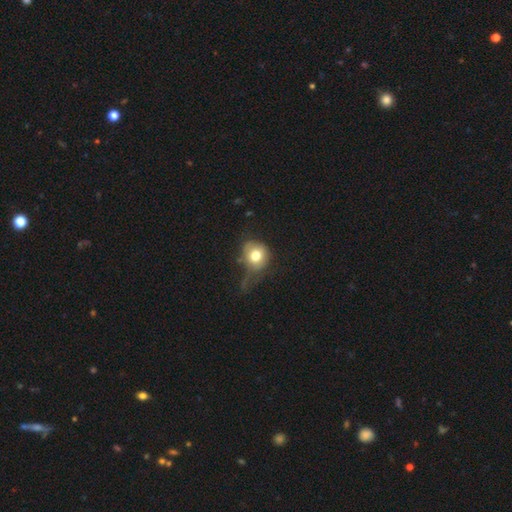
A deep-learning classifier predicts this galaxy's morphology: Smooth or featured? smooth (74%)
How rounded? round (79%)
Merging? none (40%)